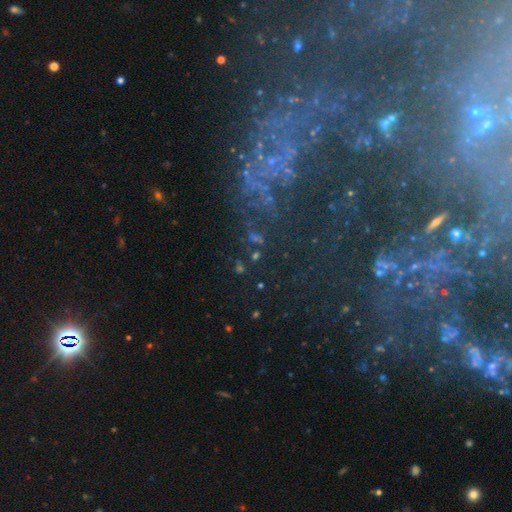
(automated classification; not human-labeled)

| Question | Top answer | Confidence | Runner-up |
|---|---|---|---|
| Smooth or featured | star or artifact | 50% | featured or disk (31%) |